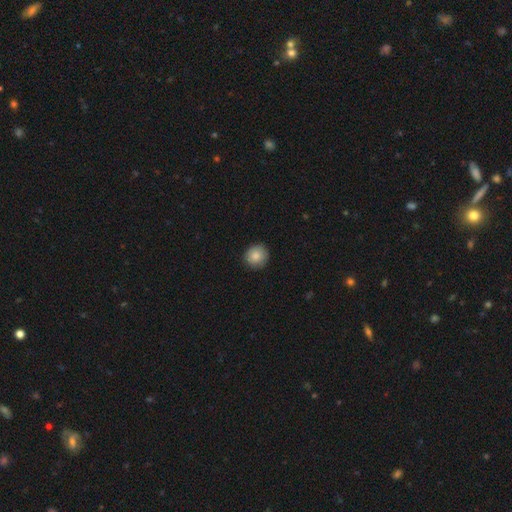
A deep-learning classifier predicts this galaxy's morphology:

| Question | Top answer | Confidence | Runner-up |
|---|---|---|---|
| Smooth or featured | smooth | 85% | star or artifact (8%) |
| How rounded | round | 89% | in between (10%) |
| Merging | none | 86% | minor disturbance (11%) |